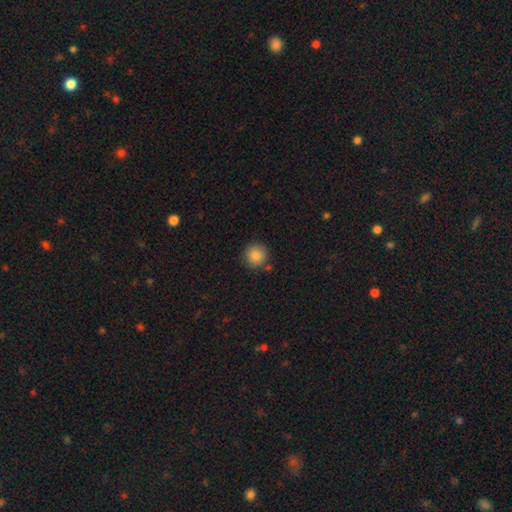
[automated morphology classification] The model was most divided on "smooth or featured": smooth: 86%, star or artifact: 9%, featured or disk: 5%. More confident: how rounded — round (94%); merging — none (86%).